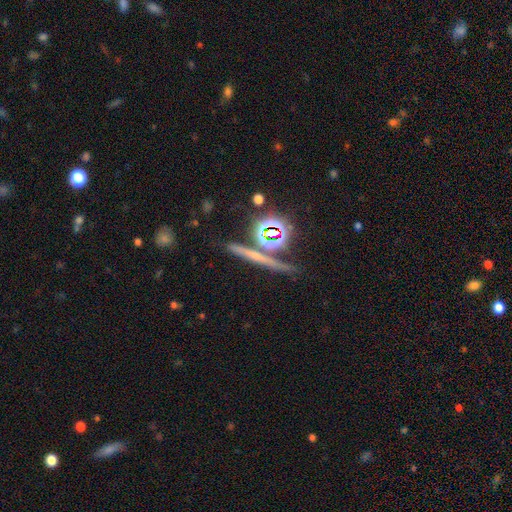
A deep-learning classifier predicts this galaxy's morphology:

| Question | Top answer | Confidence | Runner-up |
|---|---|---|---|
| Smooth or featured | star or artifact | 35% | featured or disk (34%) |